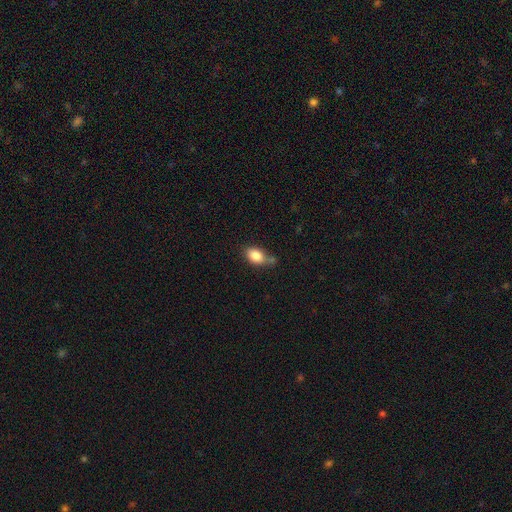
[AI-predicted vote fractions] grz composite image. It shows a smooth galaxy with no disk features (84%) that is in between round and cigar-shaped (82%). Merging: none (50%).